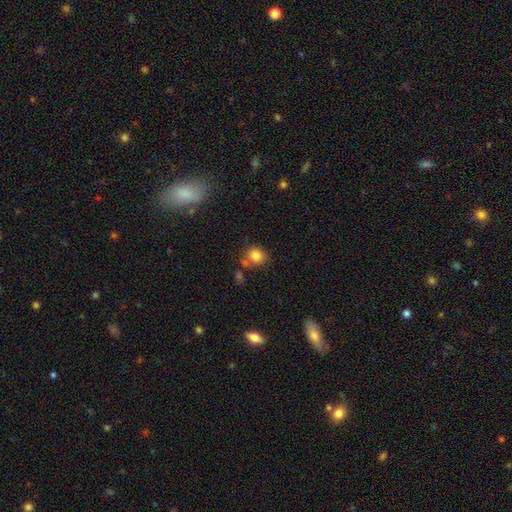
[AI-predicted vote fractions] This appears to be a smooth galaxy with no disk features (82%) that is round (78%). Merging: none (65%).